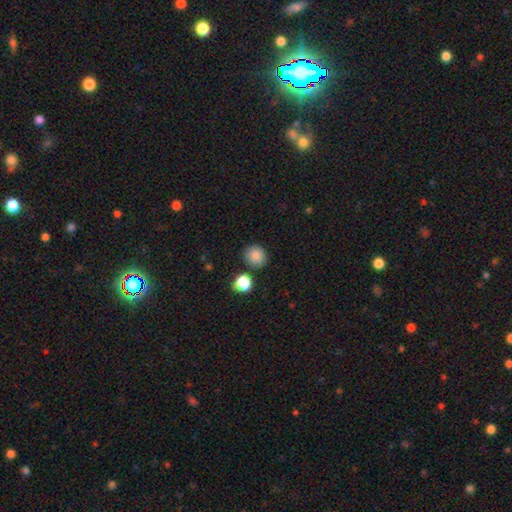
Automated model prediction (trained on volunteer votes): Morphology: type=smooth (85%); roundness=round (81%); merging=none (82%).